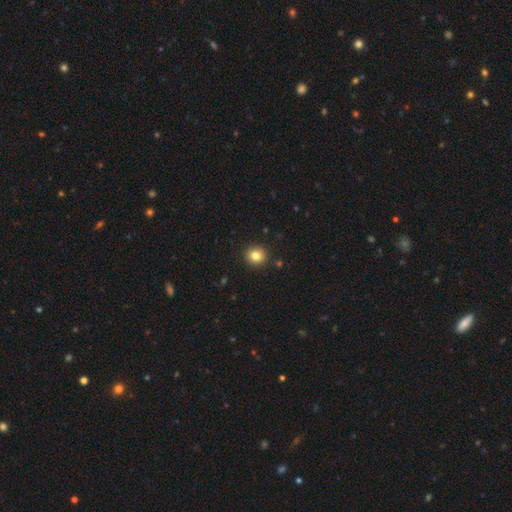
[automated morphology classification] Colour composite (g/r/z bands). It shows a smooth galaxy with no disk features (82%) that is round (89%). Merging: none (91%).